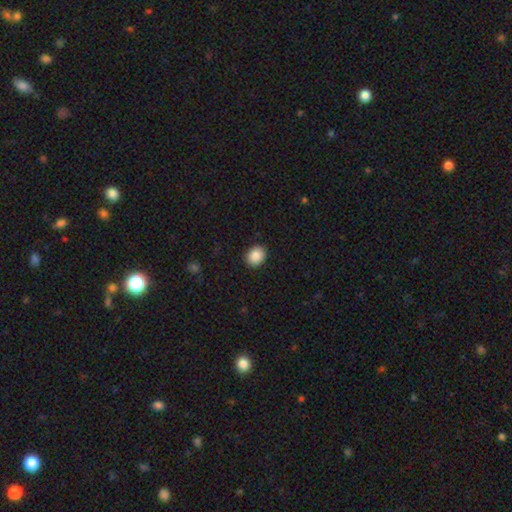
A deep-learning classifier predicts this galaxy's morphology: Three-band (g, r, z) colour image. It shows a smooth galaxy with no disk features (89%) that is round (53%). Merging: none (90%).